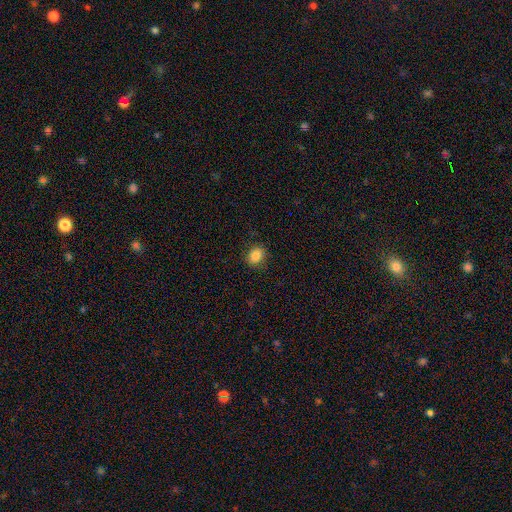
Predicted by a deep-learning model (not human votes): Smooth or featured: smooth — 85% (star or artifact — 10%)
How rounded: round — 58% (in between — 41%)
Merging: none — 86% (minor disturbance — 10%)